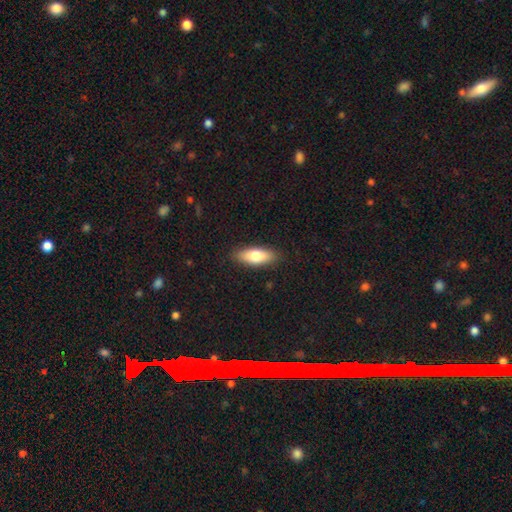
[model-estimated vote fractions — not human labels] Smooth or featured? Predicted: smooth (p=0.75). How rounded? Predicted: in between (p=0.70). Merging? Predicted: none (p=0.88).